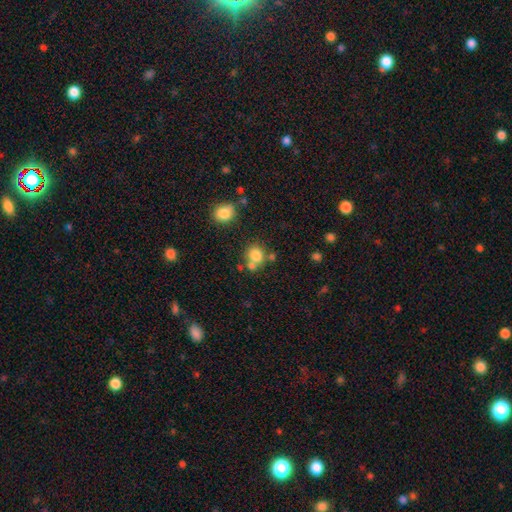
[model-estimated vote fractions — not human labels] The model was most divided on "merging": none: 55%, merger: 29%, minor disturbance: 11%, major disturbance: 5%. More confident: how rounded — round (82%); smooth or featured — smooth (79%).